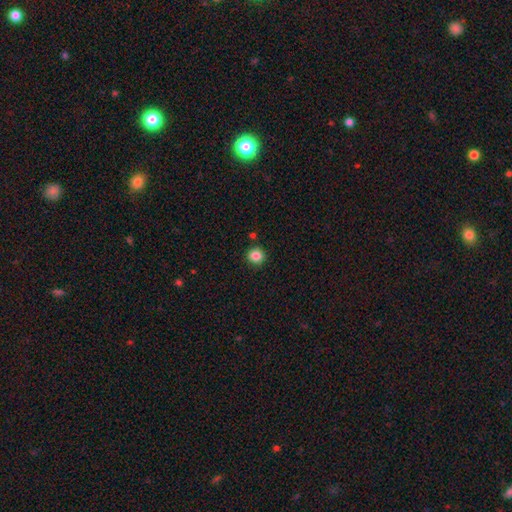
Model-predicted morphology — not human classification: smooth 85%, star or artifact 11%, featured or disk 4%. Down the decision tree: how rounded — round (89%); merging — none (89%).